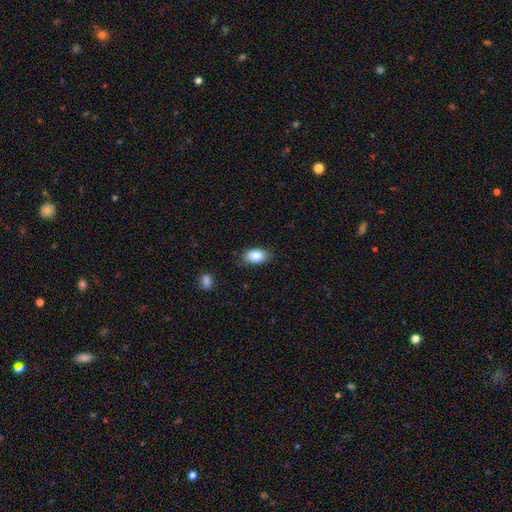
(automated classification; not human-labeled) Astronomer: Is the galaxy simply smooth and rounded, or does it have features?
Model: smooth — 85%.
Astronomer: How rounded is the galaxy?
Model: in between — 89%.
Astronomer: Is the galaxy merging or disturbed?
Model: none — 80%.